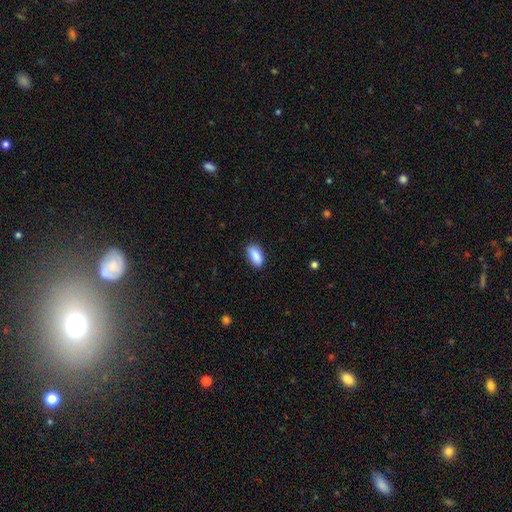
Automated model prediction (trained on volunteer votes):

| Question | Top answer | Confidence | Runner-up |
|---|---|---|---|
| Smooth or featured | smooth | 89% | star or artifact (7%) |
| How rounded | in between | 89% | cigar-shaped (8%) |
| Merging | none | 86% | minor disturbance (10%) |